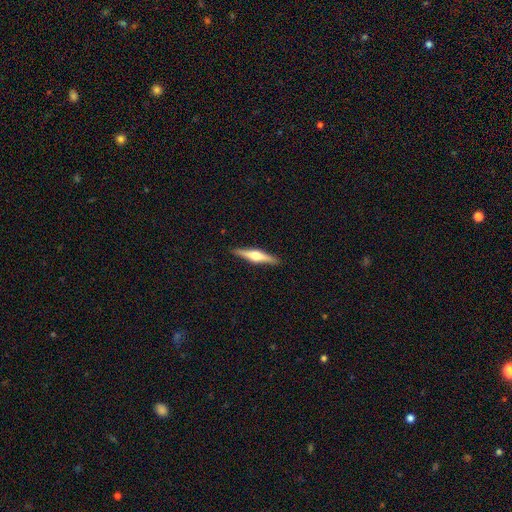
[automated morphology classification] The model was most divided on "smooth or featured": featured or disk: 69%, smooth: 26%, star or artifact: 5%. More confident: edge-on disk — yes (97%); edge-on bulge — rounded (93%); merging — none (91%).